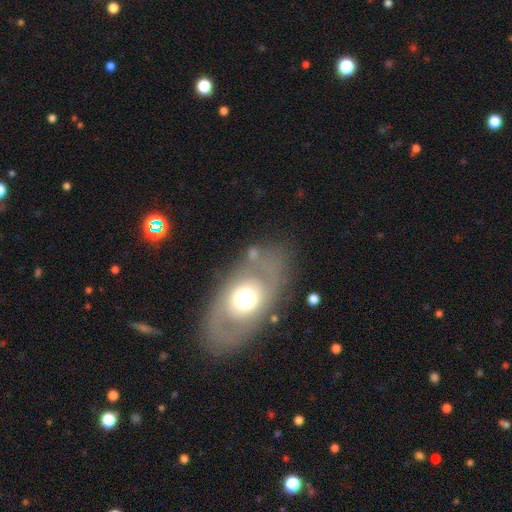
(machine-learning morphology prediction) Smooth or featured: smooth — 45% (featured or disk — 44%)
Merging: none — 64% (minor disturbance — 15%)